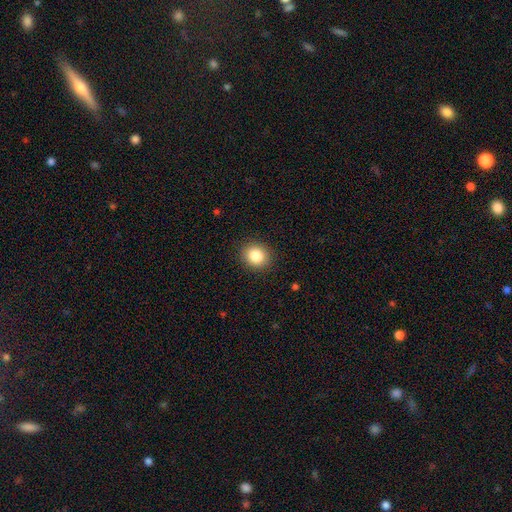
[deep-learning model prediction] A smooth galaxy with no disk features (84%) that is round (73%). Merging: none (90%).